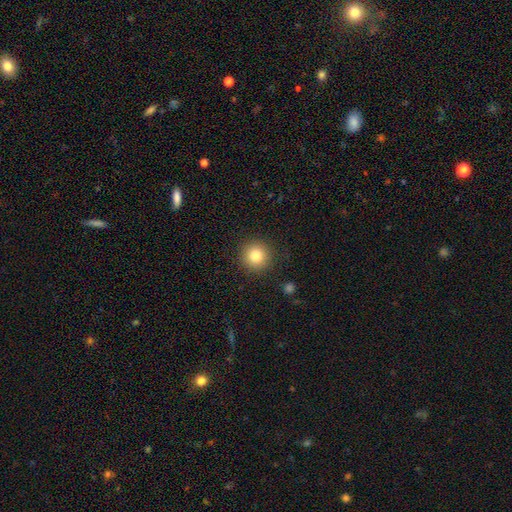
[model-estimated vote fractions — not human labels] Overall: smooth (82%). How rounded: round (95%). Merging: none (90%).